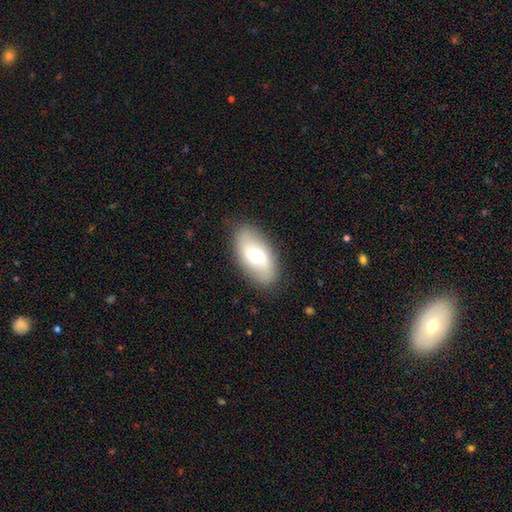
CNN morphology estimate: Overall: smooth (52%; featured or disk 41%). How rounded: in between (92%). Merging: none (85%).